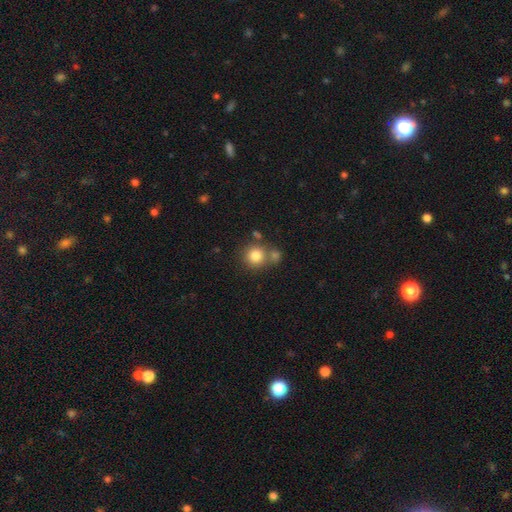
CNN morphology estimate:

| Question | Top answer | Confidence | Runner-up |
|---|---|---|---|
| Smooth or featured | smooth | 81% | star or artifact (11%) |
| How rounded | round | 91% | in between (8%) |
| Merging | none | 63% | merger (25%) |